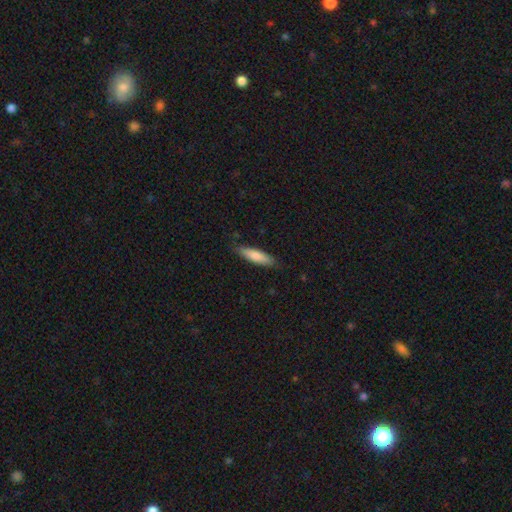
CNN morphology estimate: smooth-or-featured: smooth: 80% | featured or disk: 15% | star or artifact: 5%
  how-rounded: cigar-shaped: 68% | in between: 31% | round: 1%
  merging: none: 84% | minor disturbance: 12% | major disturbance: 2% | merger: 1%